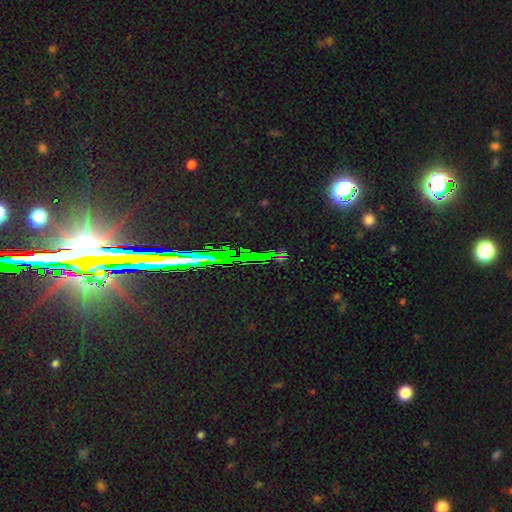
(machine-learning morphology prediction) smooth_or_featured: star or artifact (p=0.77) [alt: smooth p=0.13]